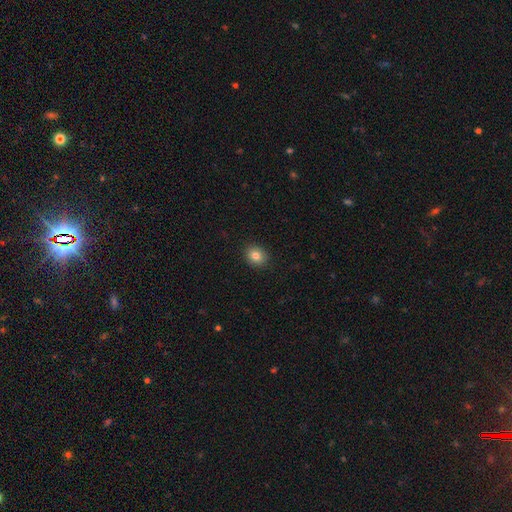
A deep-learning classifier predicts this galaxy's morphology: The model was most divided on "how rounded": round: 63%, in between: 36%, cigar-shaped: 1%. More confident: merging — none (91%); smooth or featured — smooth (83%).